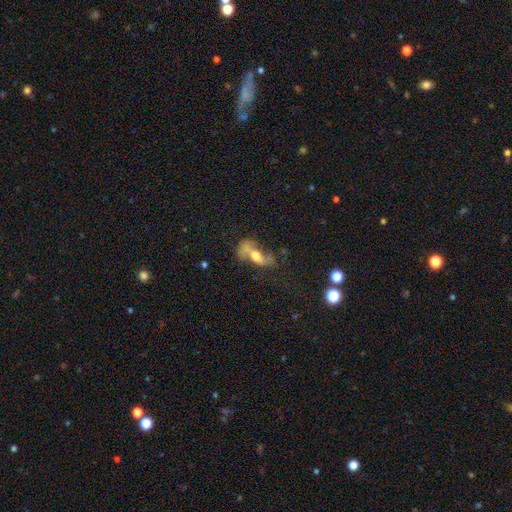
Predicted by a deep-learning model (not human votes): Smooth or featured?
  - featured or disk: 60% *
  - smooth: 29%
  - star or artifact: 12%
Edge-on disk?
  - no: 84% *
  - yes: 16%
Bar?
  - no: 60% *
  - weak: 27%
  - strong: 14%
Spiral arms?
  - yes: 64% *
  - no: 36%
Bulge size?
  - moderate: 63% *
  - small: 17%
  - large: 14%
  - none: 4%
  - dominant: 2%
Merging?
  - none: 35% *
  - major disturbance: 28%
  - minor disturbance: 20%
  - merger: 17%